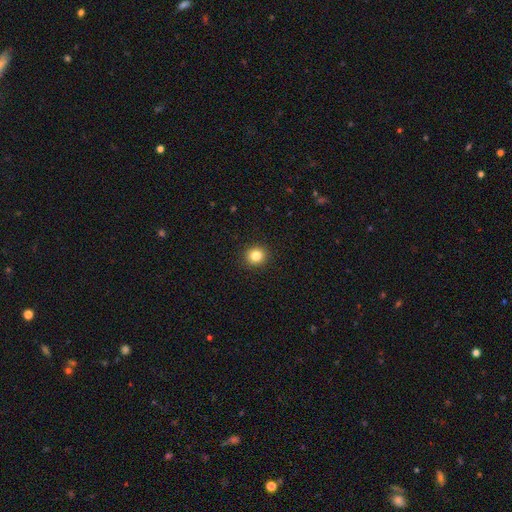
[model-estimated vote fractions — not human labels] smooth_or_featured: smooth (p=0.82) [alt: star or artifact p=0.12]
how_rounded: round (p=0.89) [alt: in between p=0.10]
merging: none (p=0.93) [alt: minor disturbance p=0.05]